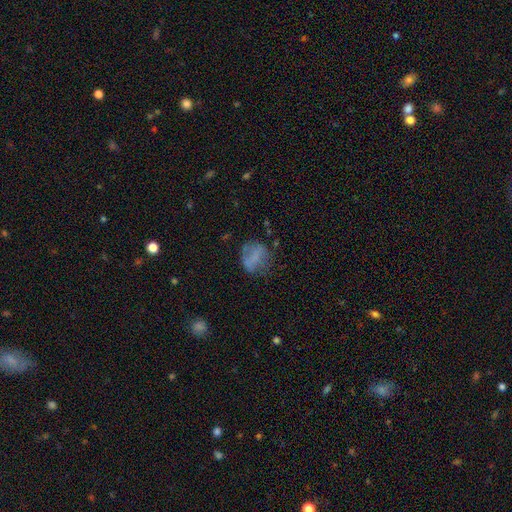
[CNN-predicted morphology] Smooth or featured? Predicted: smooth (p=0.60). How rounded? Predicted: round (p=0.62). Merging? Predicted: none (p=0.56).